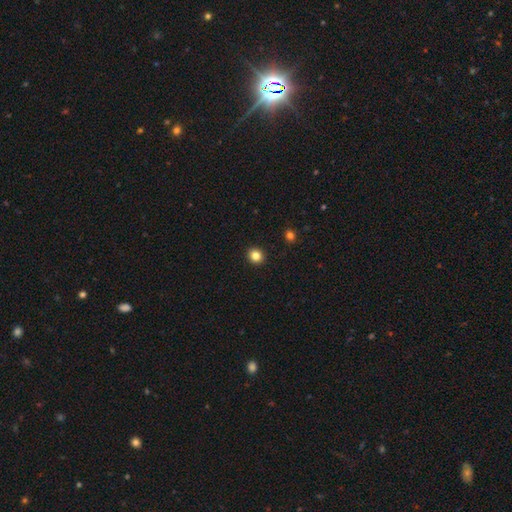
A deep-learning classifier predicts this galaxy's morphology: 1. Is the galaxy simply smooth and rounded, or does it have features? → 83% smooth, 12% star or artifact, 5% featured or disk.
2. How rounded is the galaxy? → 88% round, 11% in between, 1% cigar-shaped.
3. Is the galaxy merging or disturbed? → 93% none, 4% minor disturbance, 1% major disturbance, 1% merger.